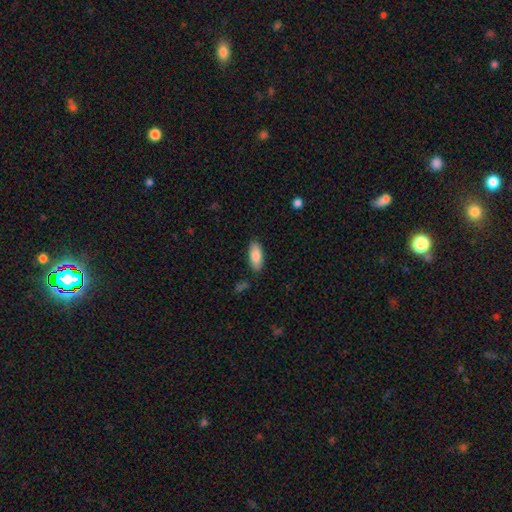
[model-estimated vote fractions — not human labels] Q: Smooth or featured?
A: smooth (86%); runner-up: featured or disk (8%)
Q: How rounded?
A: in between (83%); runner-up: cigar-shaped (15%)
Q: Merging?
A: none (86%); runner-up: minor disturbance (10%)